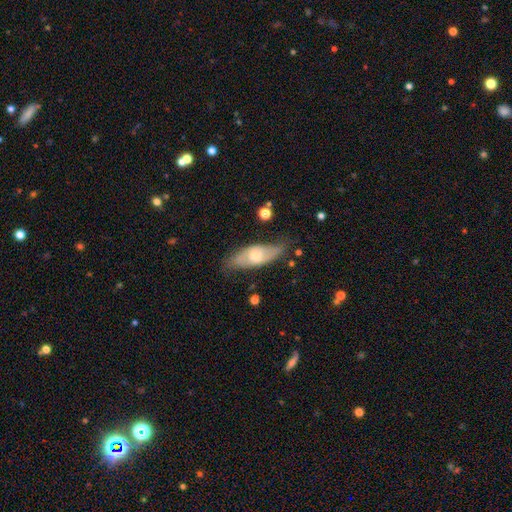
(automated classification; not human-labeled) smooth-or-featured: featured or disk: 47% (tied) | smooth: 47% (tied) | star or artifact: 7%
  merging: none: 67% | minor disturbance: 24% | major disturbance: 7% | merger: 2%